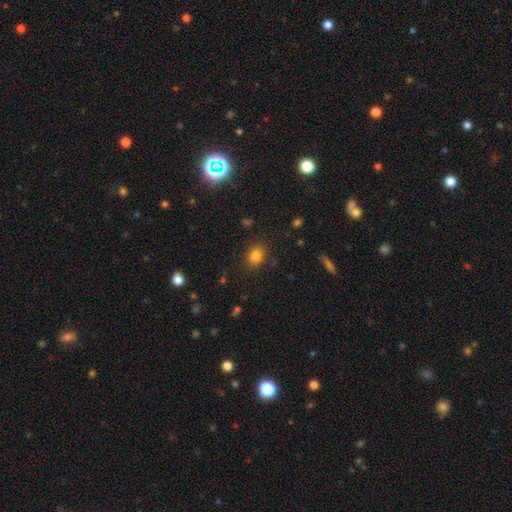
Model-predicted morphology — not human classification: Smooth or featured? smooth (82%)
How rounded? in between (53%)
Merging? none (85%)